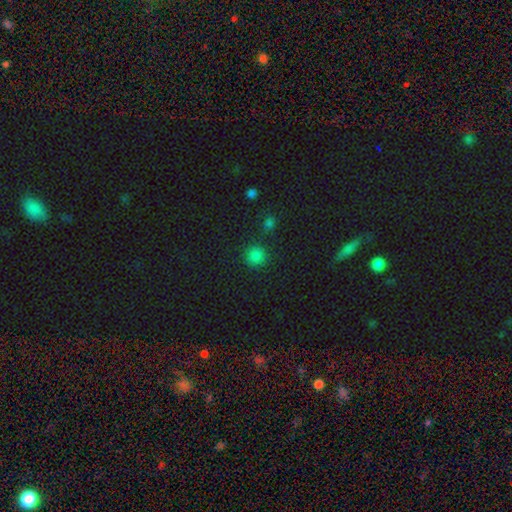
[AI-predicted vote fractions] This is clearly a smooth galaxy (81%). How rounded: clearly round (93%). Merging: clearly none (84%).